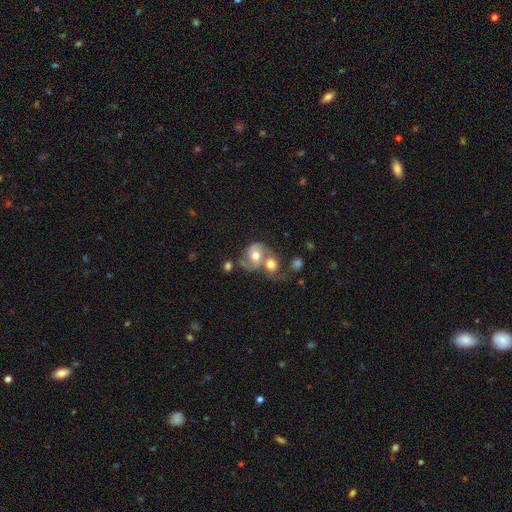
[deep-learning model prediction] The model was most divided on "smooth or featured": featured or disk: 61%, smooth: 32%, star or artifact: 8%. More confident: edge-on disk — no (97%); spiral arms — yes (81%); bar — no (73%); bulge size — moderate (72%); merging — merger (61%).